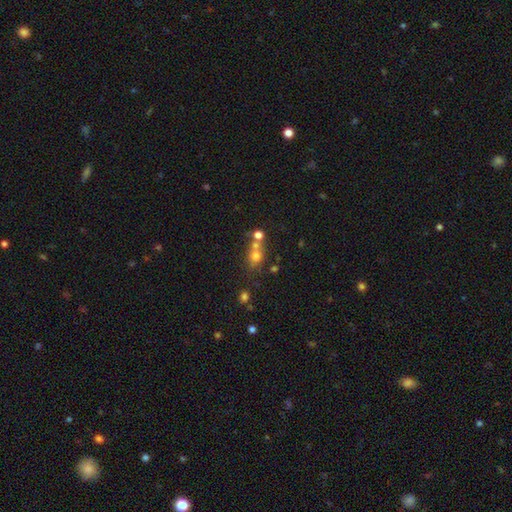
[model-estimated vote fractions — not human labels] This is likely a smooth galaxy (68%). How rounded: likely round (66%). Merging: marginally none (44%).